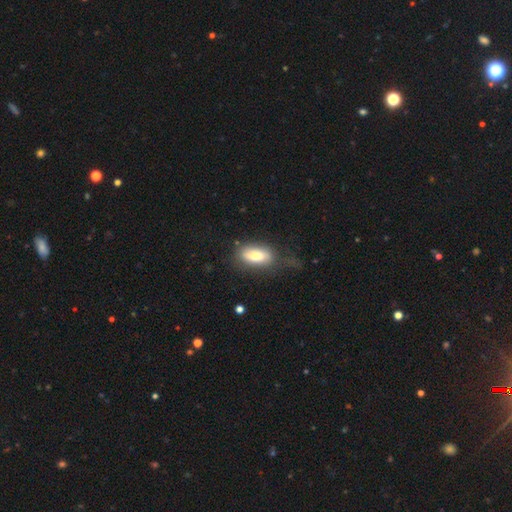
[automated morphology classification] Smooth or featured? smooth (76%)
How rounded? in between (89%)
Merging? none (58%)